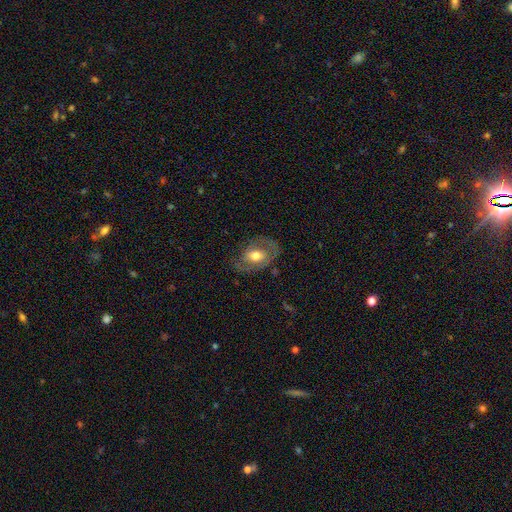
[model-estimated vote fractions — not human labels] Smooth or featured?
  - featured or disk: 55% *
  - smooth: 38%
  - star or artifact: 7%
Edge-on disk?
  - no: 94% *
  - yes: 6%
Bar?
  - no: 58% *
  - weak: 31%
  - strong: 11%
Spiral arms?
  - yes: 57% *
  - no: 43%
Bulge size?
  - moderate: 68% *
  - large: 19%
  - small: 10%
  - dominant: 1%
  - none: 1%
Merging?
  - none: 67% *
  - minor disturbance: 20%
  - major disturbance: 12%
  - merger: 1%